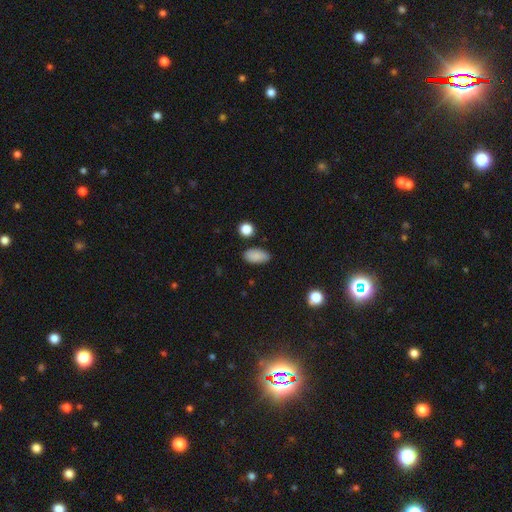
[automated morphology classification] Smooth or featured? Predicted: smooth (p=0.87). How rounded? Predicted: in between (p=0.92). Merging? Predicted: none (p=0.83).